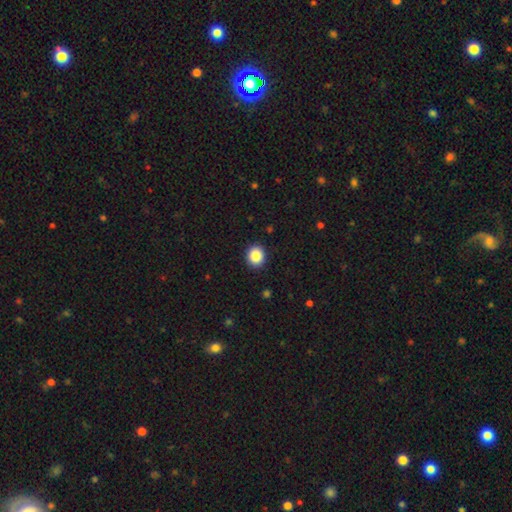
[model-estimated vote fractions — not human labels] The model was most divided on "how rounded": round: 78%, in between: 21%, cigar-shaped: 1%. More confident: merging — none (92%); smooth or featured — smooth (87%).